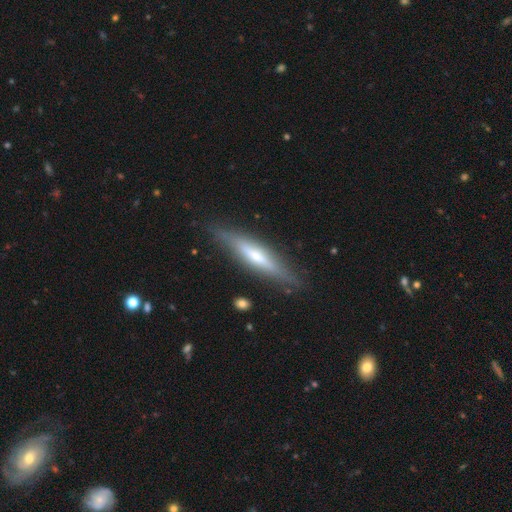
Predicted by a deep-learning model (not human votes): Q: Smooth or featured?
A: featured or disk (61%); runner-up: smooth (33%)
Q: Edge-on disk?
A: yes (91%); runner-up: no (9%)
Q: Edge-on bulge?
A: rounded (70%); runner-up: none (21%)
Q: Merging?
A: none (85%); runner-up: minor disturbance (12%)